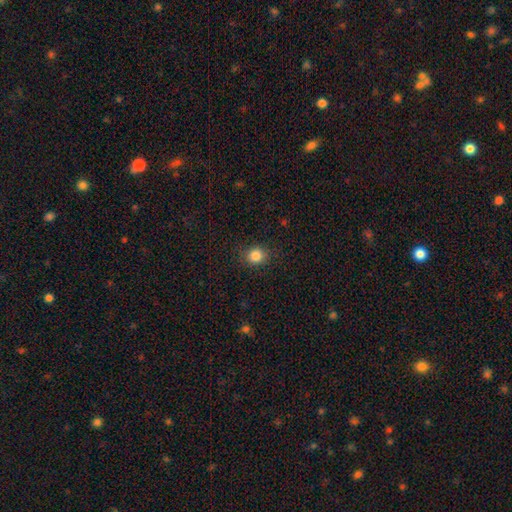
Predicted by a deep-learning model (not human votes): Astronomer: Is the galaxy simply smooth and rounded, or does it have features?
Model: smooth — 84%.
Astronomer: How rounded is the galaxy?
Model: round — 76%.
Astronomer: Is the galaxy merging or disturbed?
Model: none — 88%.